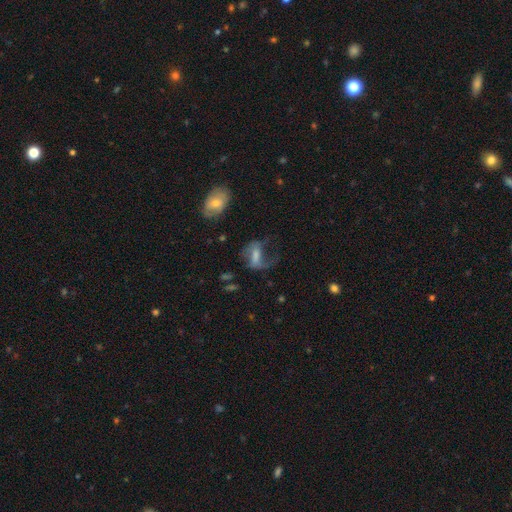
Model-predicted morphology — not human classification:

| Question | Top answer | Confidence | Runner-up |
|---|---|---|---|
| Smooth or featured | featured or disk | 51% | smooth (38%) |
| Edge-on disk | no | 95% | yes (5%) |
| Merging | major disturbance | 48% | none (30%) |